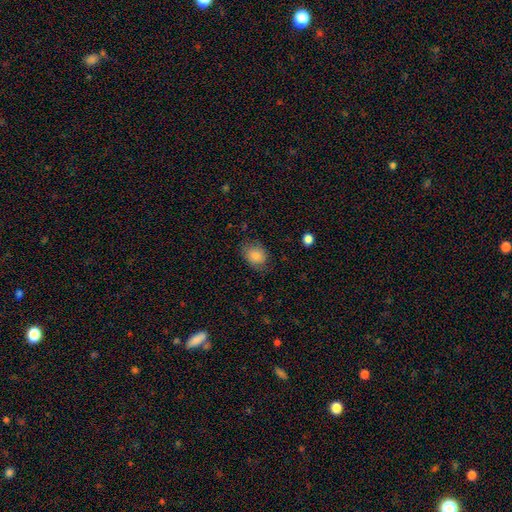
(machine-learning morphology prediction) This is clearly a smooth galaxy (83%). How rounded: possibly in between (59%). Merging: likely none (70%).